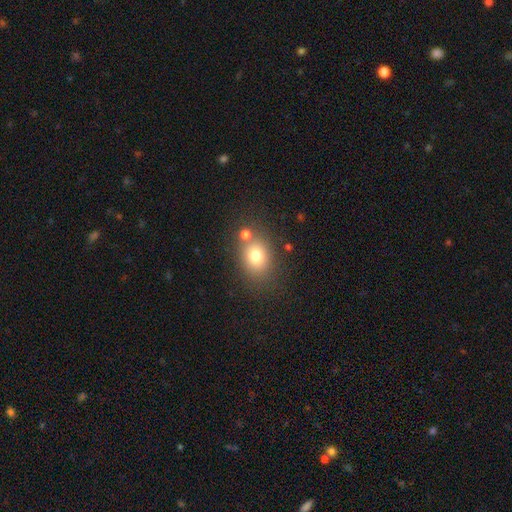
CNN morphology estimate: smooth 76%, star or artifact 12%, featured or disk 11%. Down the decision tree: how rounded — in between (52%); merging — none (68%).